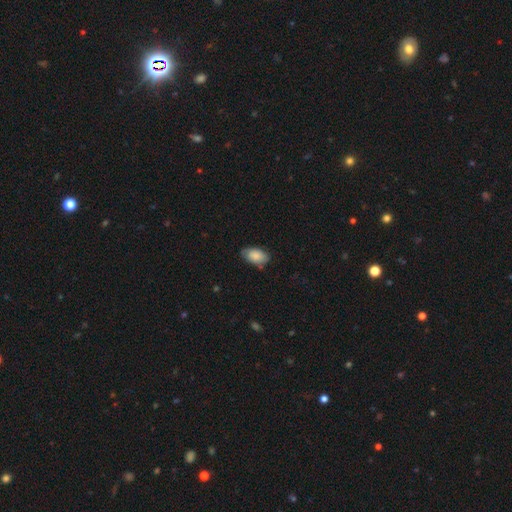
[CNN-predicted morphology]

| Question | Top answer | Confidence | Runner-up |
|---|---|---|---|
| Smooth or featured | smooth | 85% | featured or disk (9%) |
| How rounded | in between | 94% | round (4%) |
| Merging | none | 74% | minor disturbance (20%) |